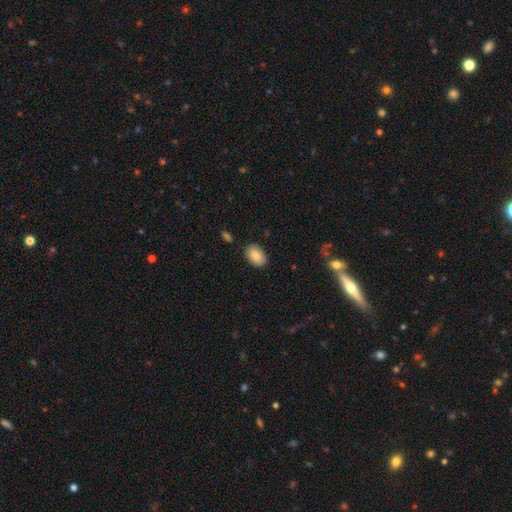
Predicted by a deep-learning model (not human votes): Smooth or featured? Predicted: smooth (p=0.87). How rounded? Predicted: in between (p=0.89). Merging? Predicted: none (p=0.85).